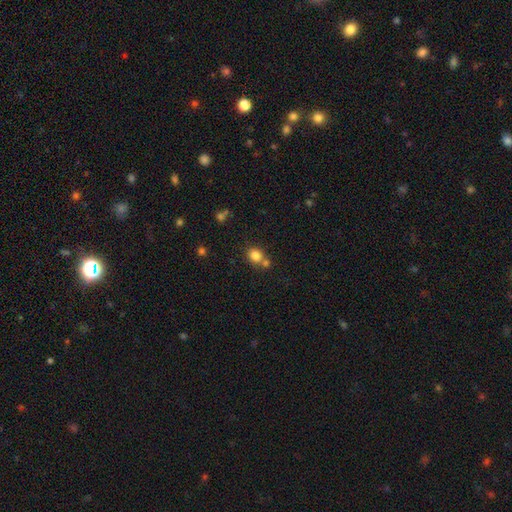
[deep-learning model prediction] This appears to be a smooth galaxy with no disk features (81%) that is round (75%). Merging: none (57%).